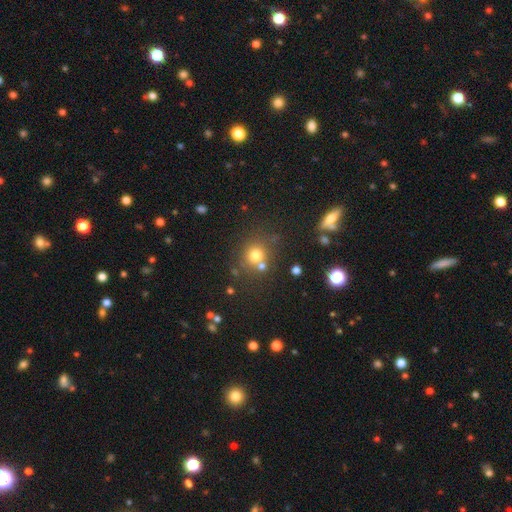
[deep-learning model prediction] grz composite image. It shows a smooth galaxy with no disk features (73%) that is round (86%). Merging: none (63%).